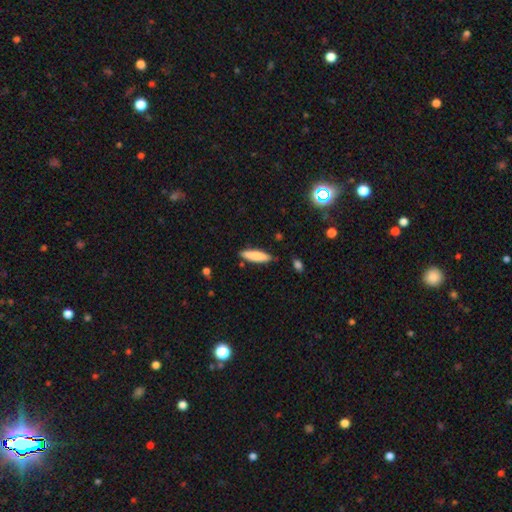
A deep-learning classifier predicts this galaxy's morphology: The model was most divided on "how rounded": cigar-shaped: 67%, in between: 31%, round: 1%. More confident: merging — none (84%); smooth or featured — smooth (82%).